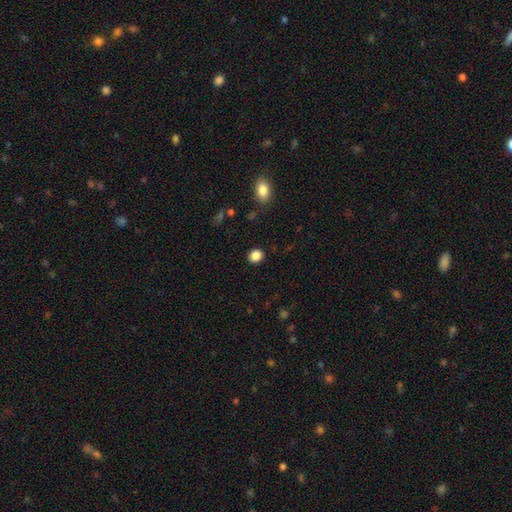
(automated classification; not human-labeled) The model was most divided on "how rounded": round: 71%, in between: 28%, cigar-shaped: 1%. More confident: merging — none (90%); smooth or featured — smooth (87%).